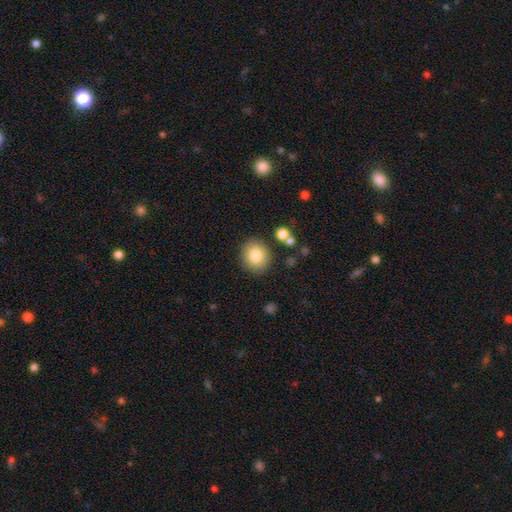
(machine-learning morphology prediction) Smooth or featured? Predicted: smooth (p=0.82). How rounded? Predicted: round (p=0.81). Merging? Predicted: none (p=0.85).